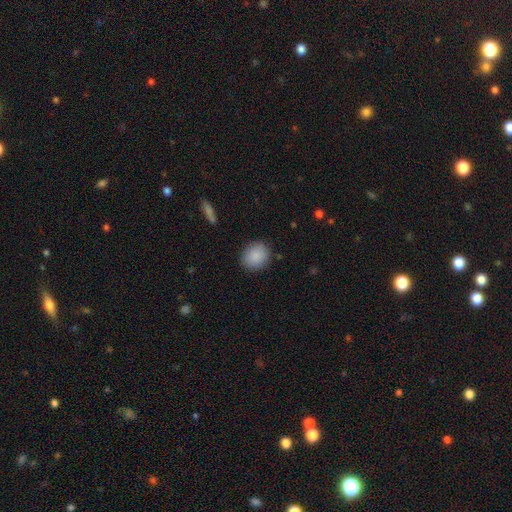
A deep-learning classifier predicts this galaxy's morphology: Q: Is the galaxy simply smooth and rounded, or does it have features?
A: smooth — 89%.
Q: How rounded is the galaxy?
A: round — 70%.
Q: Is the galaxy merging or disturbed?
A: none — 87%.